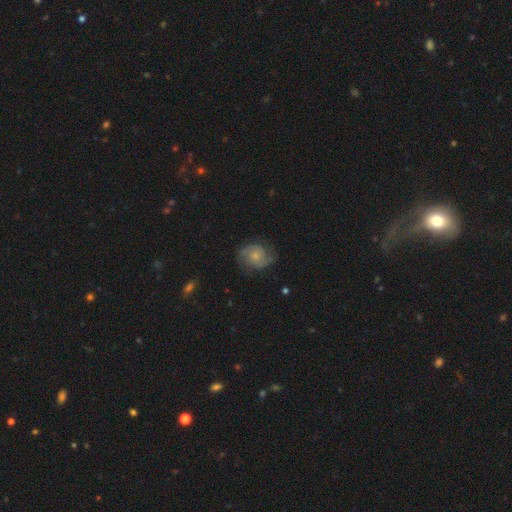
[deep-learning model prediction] Overall: featured or disk (65%; smooth 28%). Edge-on disk: no (98%). Bar: no (78%). Spiral arms: yes (90%). Spiral arm count: 2 (78%). Spiral winding: medium (46%; tight 31%). Bulge size: small (61%; moderate 30%). Merging: none (68%).